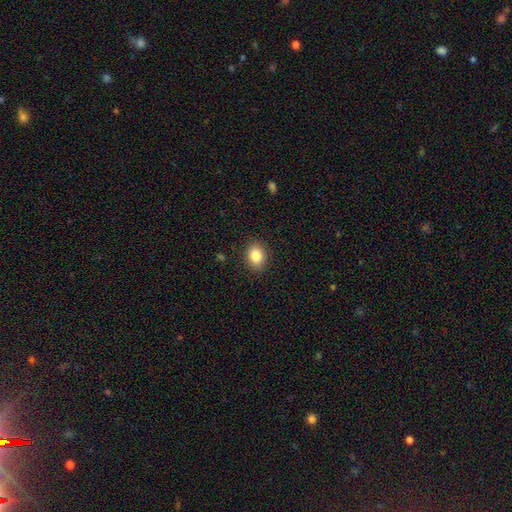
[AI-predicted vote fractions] The model was most divided on "how rounded": in between: 66%, round: 33%, cigar-shaped: 1%. More confident: merging — none (88%); smooth or featured — smooth (86%).